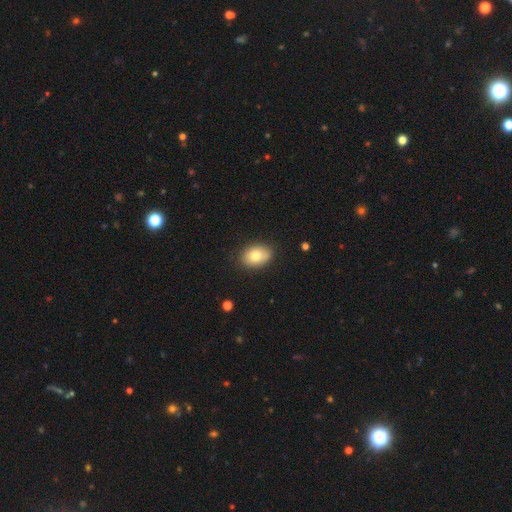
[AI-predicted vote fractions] This appears to be a smooth galaxy with no disk features (79%) that is in between round and cigar-shaped (82%). Merging: none (83%).